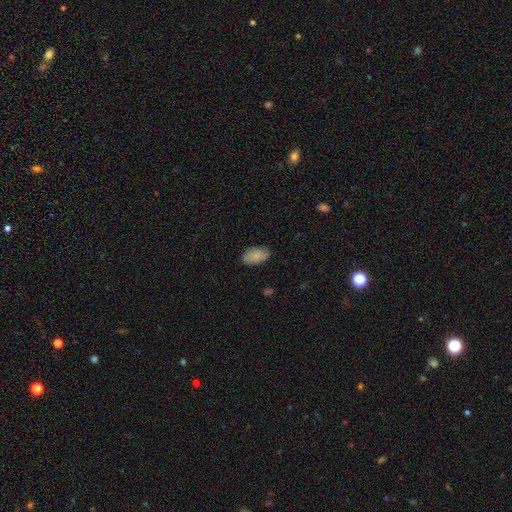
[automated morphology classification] A smooth galaxy with no disk features (82%) that is in between round and cigar-shaped (93%). Merging: none (82%).